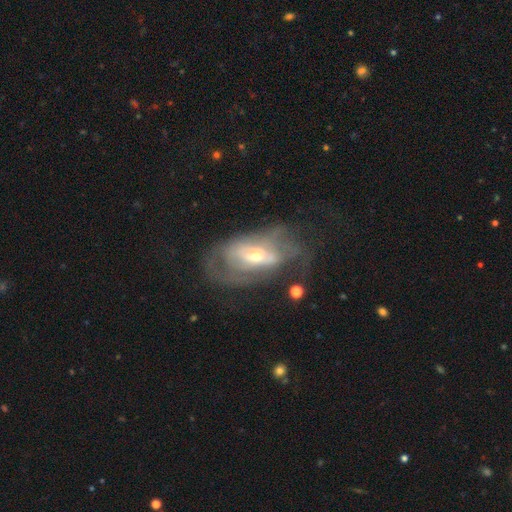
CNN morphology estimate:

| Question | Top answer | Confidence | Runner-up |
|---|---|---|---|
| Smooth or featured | featured or disk | 69% | smooth (23%) |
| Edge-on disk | no | 91% | yes (9%) |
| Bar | no | 45% | weak (38%) |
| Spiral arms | yes | 59% | no (41%) |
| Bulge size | small | 48% | moderate (44%) |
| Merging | none | 39% | major disturbance (35%) |